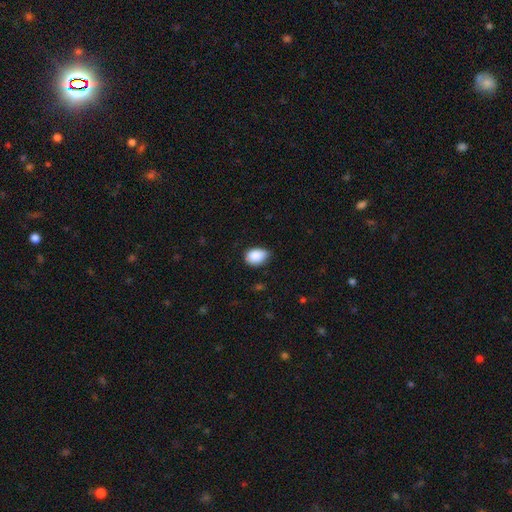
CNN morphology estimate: A smooth galaxy with no disk features (89%) that is in between round and cigar-shaped (80%). Merging: none (65%).